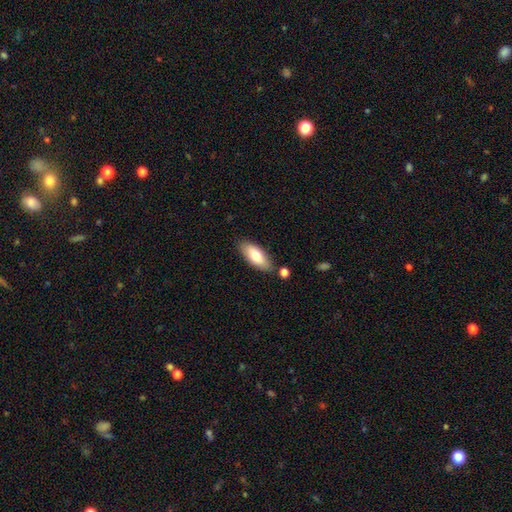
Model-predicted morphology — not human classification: smooth_or_featured: smooth (p=0.75) [alt: featured or disk p=0.19]
how_rounded: in between (p=0.82) [alt: cigar-shaped p=0.16]
merging: none (p=0.80) [alt: minor disturbance p=0.13]